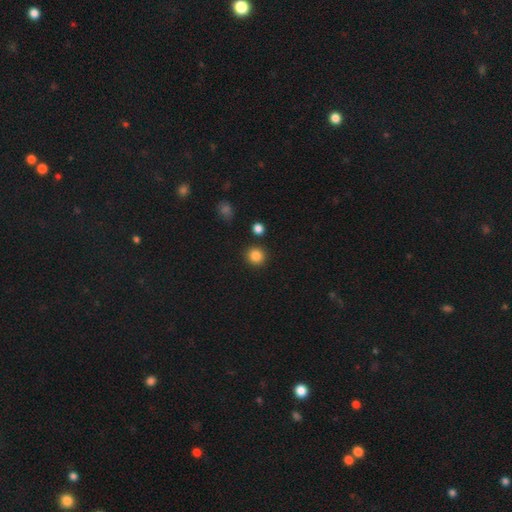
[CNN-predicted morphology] This is clearly a smooth galaxy (85%). How rounded: clearly round (93%). Merging: clearly none (89%).